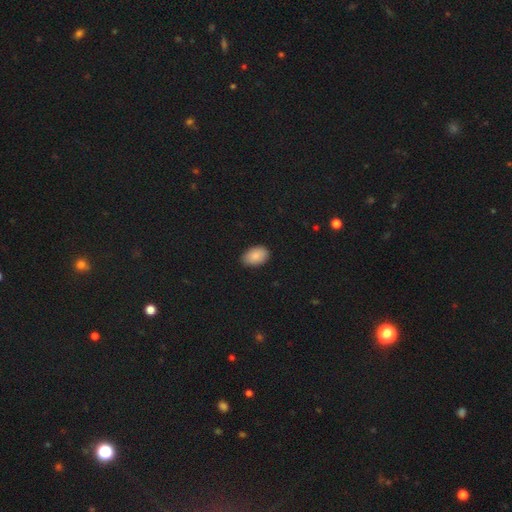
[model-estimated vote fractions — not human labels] Q: Smooth or featured?
A: smooth (87%); runner-up: star or artifact (8%)
Q: How rounded?
A: in between (90%); runner-up: round (9%)
Q: Merging?
A: none (84%); runner-up: minor disturbance (13%)